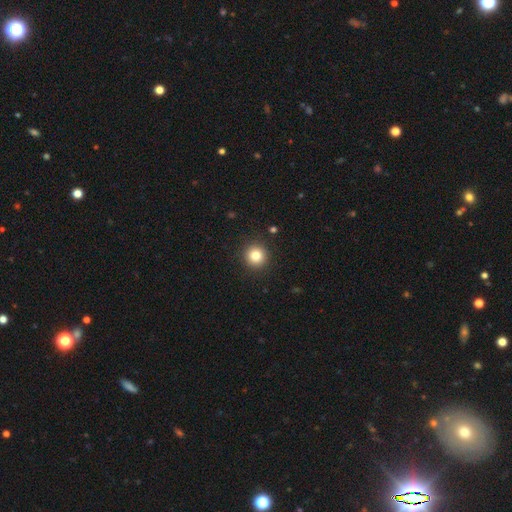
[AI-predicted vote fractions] This appears to be a smooth galaxy with no disk features (82%) that is round (95%). Merging: none (92%).